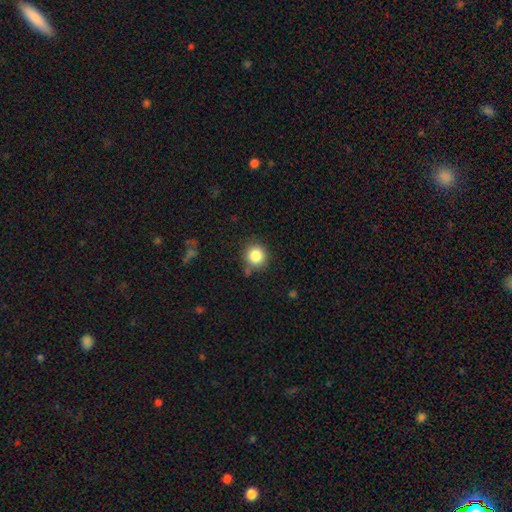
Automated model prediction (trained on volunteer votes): smooth_or_featured: smooth (p=0.85) [alt: star or artifact p=0.10]
how_rounded: round (p=0.90) [alt: in between p=0.09]
merging: none (p=0.80) [alt: minor disturbance p=0.12]